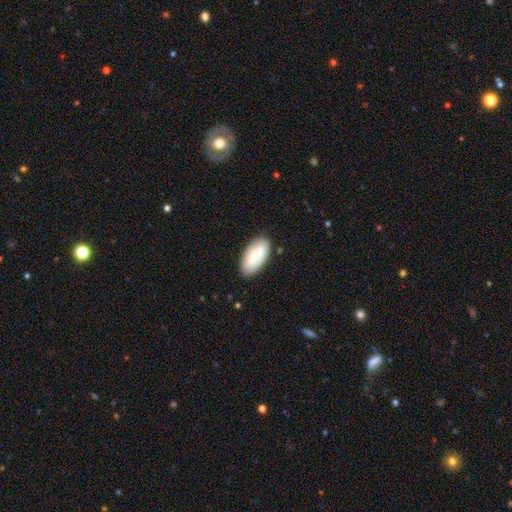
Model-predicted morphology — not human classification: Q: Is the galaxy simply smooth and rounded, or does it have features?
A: smooth — 80%.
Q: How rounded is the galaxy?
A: in between — 93%.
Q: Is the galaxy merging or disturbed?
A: none — 83%.